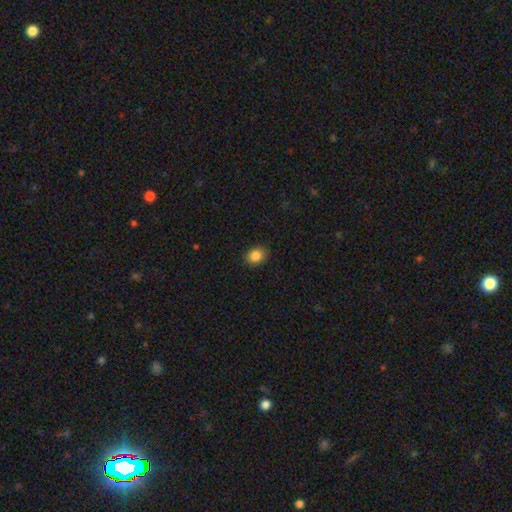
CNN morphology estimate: smooth-or-featured: smooth: 86% | star or artifact: 9% | featured or disk: 5%
  how-rounded: round: 52% | in between: 47% | cigar-shaped: 1%
  merging: none: 89% | minor disturbance: 8% | major disturbance: 2% | merger: 1%